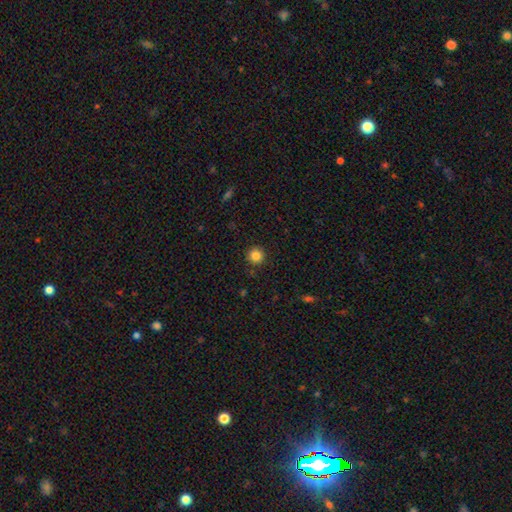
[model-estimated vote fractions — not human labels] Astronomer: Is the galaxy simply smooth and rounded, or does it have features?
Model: smooth — 85%.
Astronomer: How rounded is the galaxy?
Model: round — 95%.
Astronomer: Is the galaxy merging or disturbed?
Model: none — 90%.